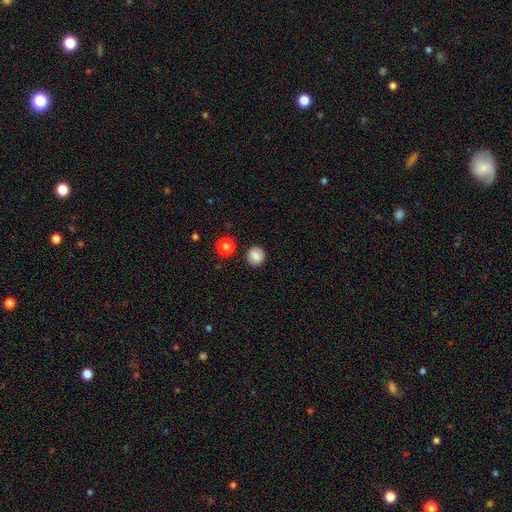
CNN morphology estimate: Smooth or featured: smooth — 86% (star or artifact — 9%)
How rounded: round — 93% (in between — 6%)
Merging: none — 90% (minor disturbance — 6%)